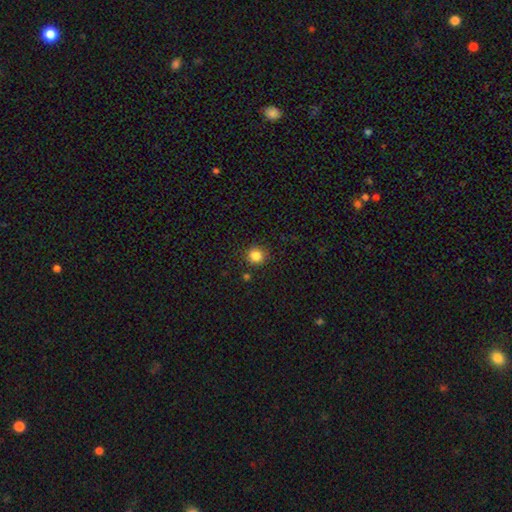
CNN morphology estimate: A smooth galaxy with no disk features (84%) that is round (89%).

Vote fractions:
- Smooth or featured? smooth: 84% / star or artifact: 12% / featured or disk: 4%
- How rounded? round: 89% / in between: 10% / cigar-shaped: 1%
- Merging? none: 87% / minor disturbance: 8% / merger: 3% / major disturbance: 2%